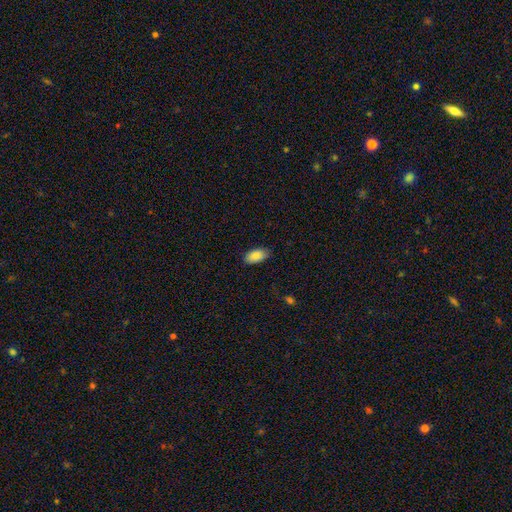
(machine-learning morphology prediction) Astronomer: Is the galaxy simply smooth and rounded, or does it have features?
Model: smooth — 89%.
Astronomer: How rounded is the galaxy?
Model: in between — 94%.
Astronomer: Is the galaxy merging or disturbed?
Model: none — 82%.